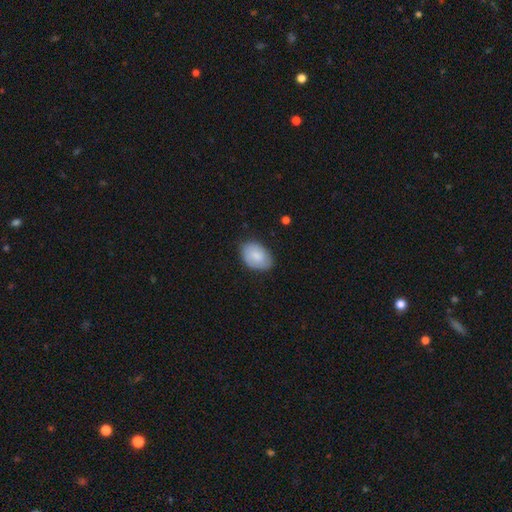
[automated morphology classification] The model was most divided on "merging": none: 73%, minor disturbance: 22%, major disturbance: 4%, merger: 1%. More confident: how rounded — in between (86%); smooth or featured — smooth (77%).